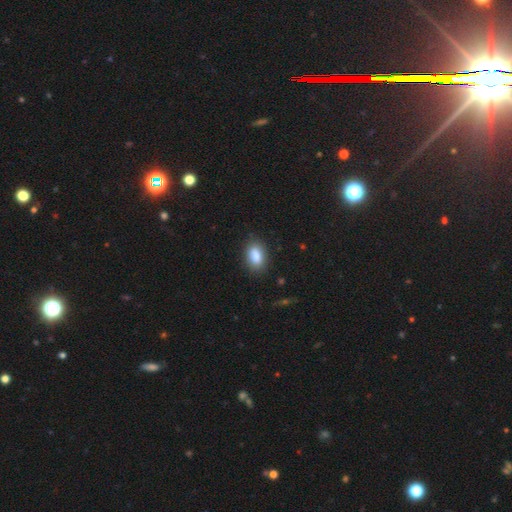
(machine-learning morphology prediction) Smooth or featured?
  - smooth: 87% *
  - star or artifact: 8%
  - featured or disk: 5%
How rounded?
  - in between: 89% *
  - round: 9%
  - cigar-shaped: 2%
Merging?
  - none: 84% *
  - minor disturbance: 12%
  - major disturbance: 3%
  - merger: 1%